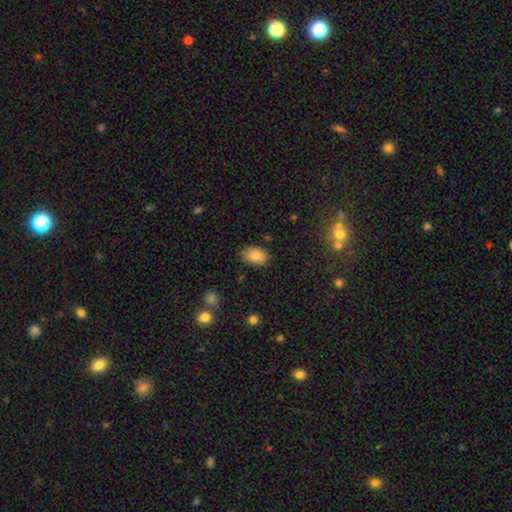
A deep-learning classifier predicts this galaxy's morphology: The model was most divided on "merging": none: 79%, minor disturbance: 16%, major disturbance: 3%, merger: 2%. More confident: how rounded — in between (87%); smooth or featured — smooth (85%).